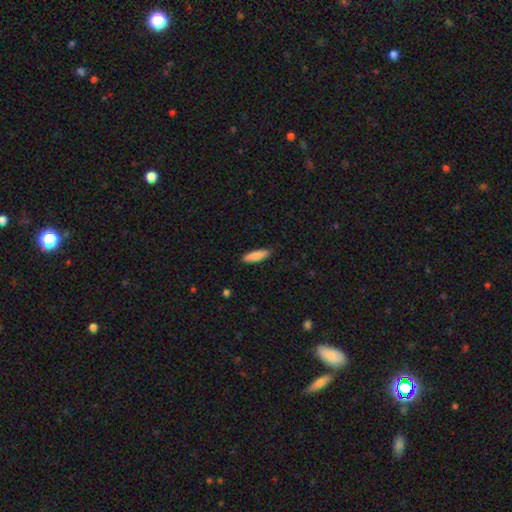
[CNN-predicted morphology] smooth 86%, featured or disk 9%, star or artifact 6%. Down the decision tree: how rounded — cigar-shaped (64%); merging — none (87%).